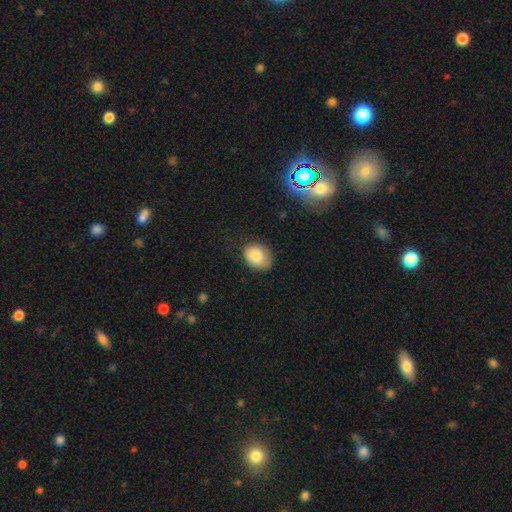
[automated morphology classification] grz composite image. It shows a smooth galaxy with no disk features (84%) that is in between round and cigar-shaped (58%). Merging: none (69%).